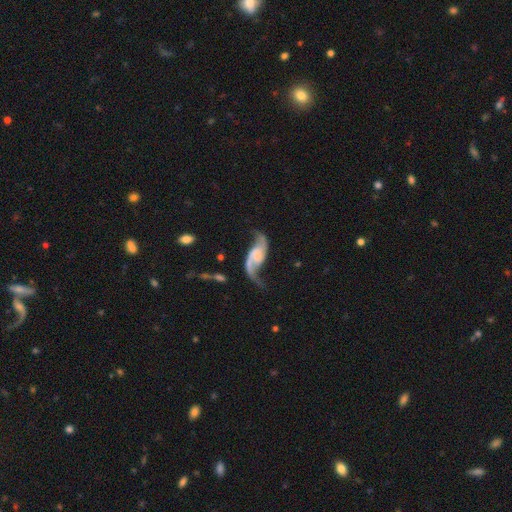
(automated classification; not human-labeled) smooth-or-featured: featured or disk: 87% | smooth: 8% | star or artifact: 6%
  disk-edge-on: no: 96% | yes: 4%
    bar: no: 52% | weak: 34% | strong: 15%
    has-spiral-arms: yes: 96% | no: 4%
      spiral-winding: loose: 83% | medium: 14% | tight: 4%
      spiral-arm-count: 2: 92% | 1: 3% | can't tell: 2% | 3: 1% | 4: 1% | more than 4: 1%
    bulge-size: none: 56% | small: 24% | moderate: 11% | large: 6% | dominant: 3%
  merging: none: 61% | minor disturbance: 19% | major disturbance: 15% | merger: 5%